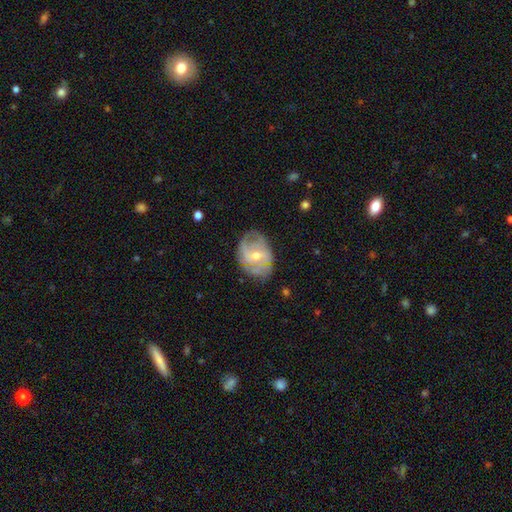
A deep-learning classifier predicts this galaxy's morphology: Overall: featured or disk (72%). Edge-on disk: no (96%). Bar: weak (46%; no 41%). Spiral arms: yes (81%). Spiral arm count: can't tell (36%; 2 35%). Spiral winding: medium (41%; tight 37%). Bulge size: small (49%; moderate 48%). Merging: none (67%).